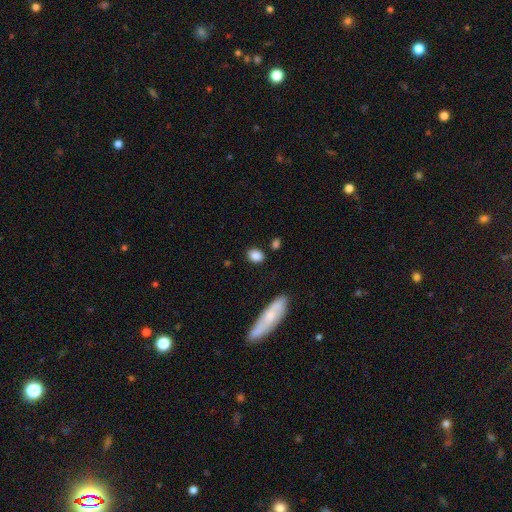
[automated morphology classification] This appears to be a smooth galaxy with no disk features (86%) that is in between round and cigar-shaped (62%). Merging: none (80%).